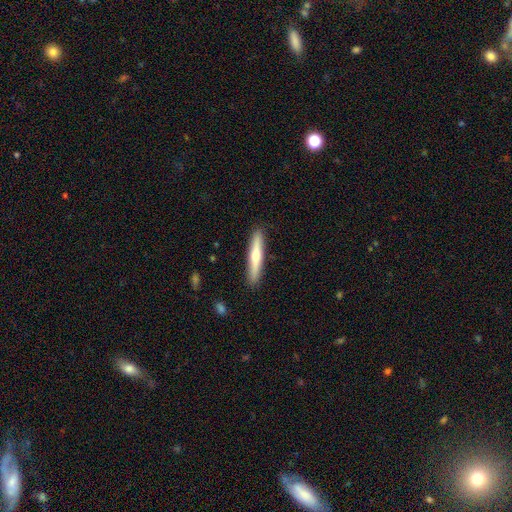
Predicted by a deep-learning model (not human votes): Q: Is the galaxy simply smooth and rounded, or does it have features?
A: smooth — 51%.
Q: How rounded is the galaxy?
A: cigar-shaped — 93%.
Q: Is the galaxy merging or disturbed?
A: none — 91%.